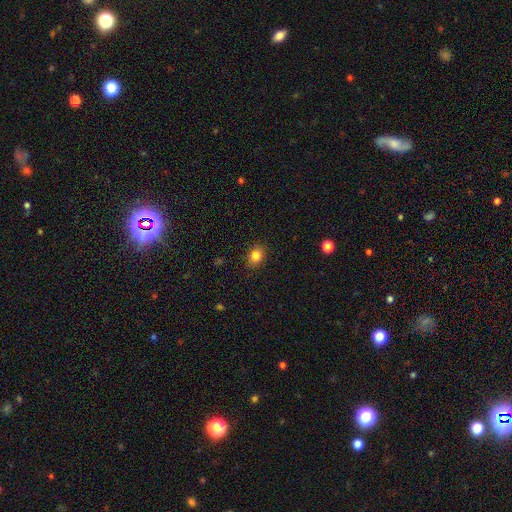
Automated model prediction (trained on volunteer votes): Smooth or featured? smooth (83%)
How rounded? in between (51%)
Merging? none (86%)